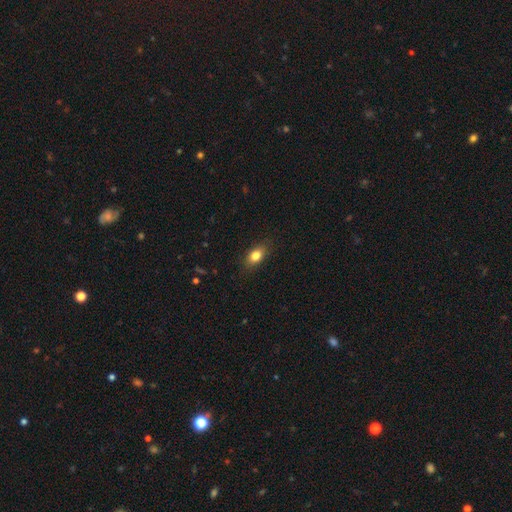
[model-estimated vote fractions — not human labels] Smooth or featured? smooth (82%)
How rounded? in between (81%)
Merging? none (84%)